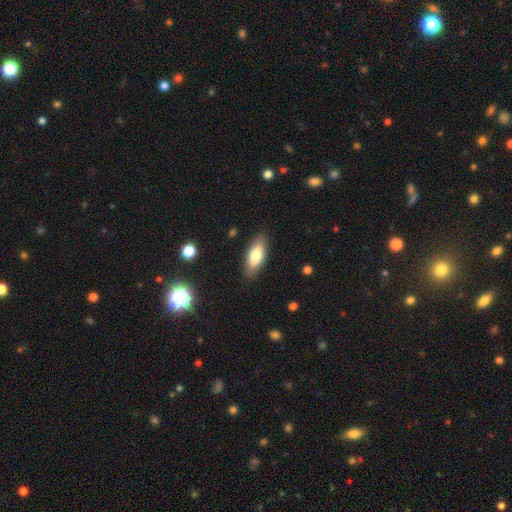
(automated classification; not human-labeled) Smooth or featured? smooth (75%)
How rounded? in between (78%)
Merging? none (86%)